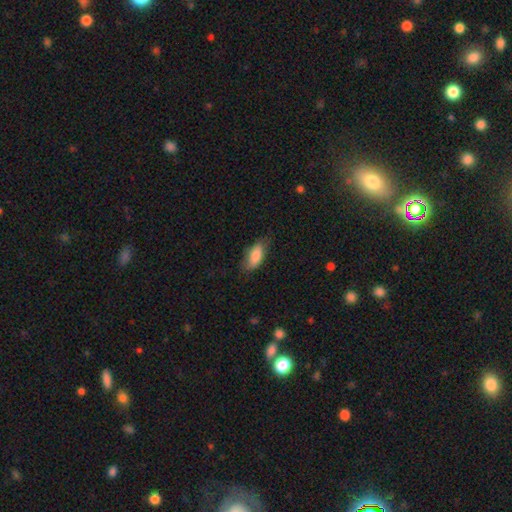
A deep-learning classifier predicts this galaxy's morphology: type=smooth (81%); roundness=in between (83%); merging=none (68%).